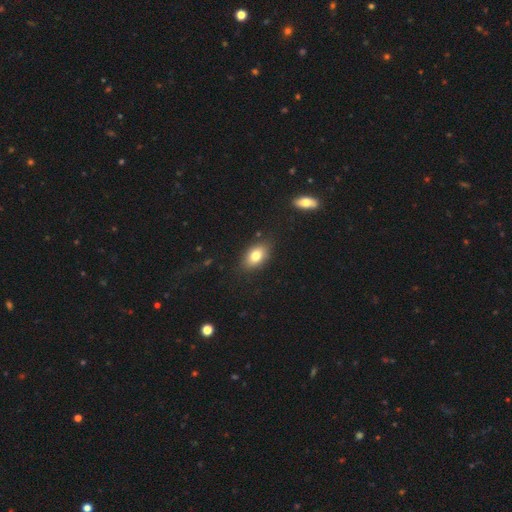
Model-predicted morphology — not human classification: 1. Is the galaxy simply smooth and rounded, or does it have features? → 80% smooth, 12% featured or disk, 9% star or artifact.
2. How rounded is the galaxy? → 86% in between, 12% round, 2% cigar-shaped.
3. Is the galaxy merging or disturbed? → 83% none, 12% minor disturbance, 3% major disturbance, 2% merger.